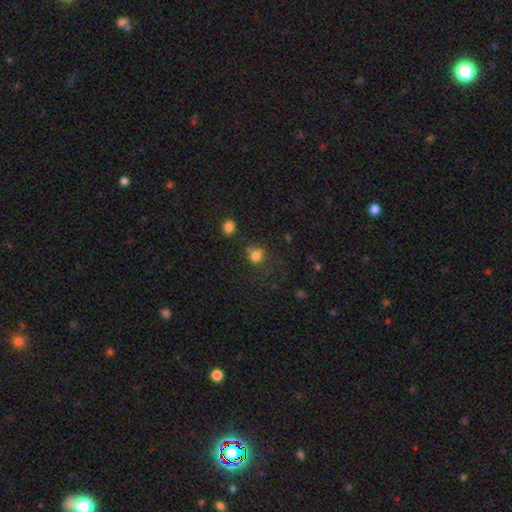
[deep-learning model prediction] smooth_or_featured: smooth (p=0.78) [alt: star or artifact p=0.14]
how_rounded: round (p=0.73) [alt: in between p=0.26]
merging: none (p=0.56) [alt: minor disturbance p=0.21]